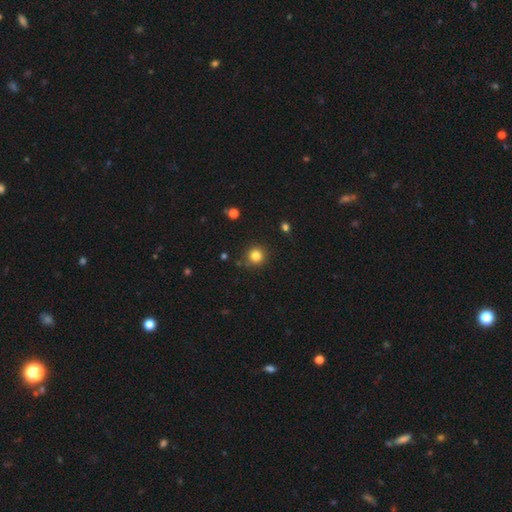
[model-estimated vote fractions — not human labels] This is clearly a smooth galaxy (82%). How rounded: clearly round (94%). Merging: clearly none (86%).